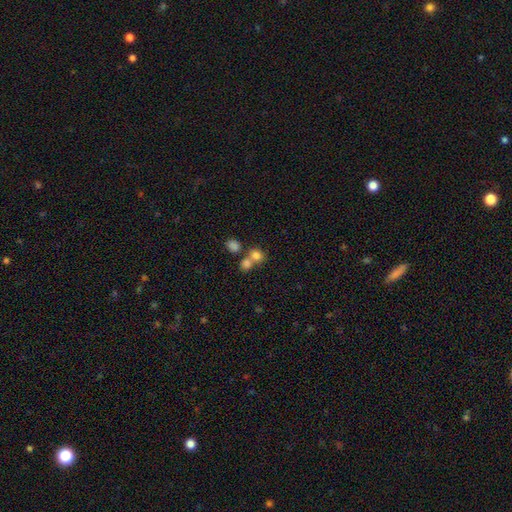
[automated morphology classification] smooth_or_featured: smooth (p=0.77) [alt: star or artifact p=0.13]
how_rounded: round (p=0.72) [alt: in between p=0.27]
merging: merger (p=0.50) [alt: none p=0.39]